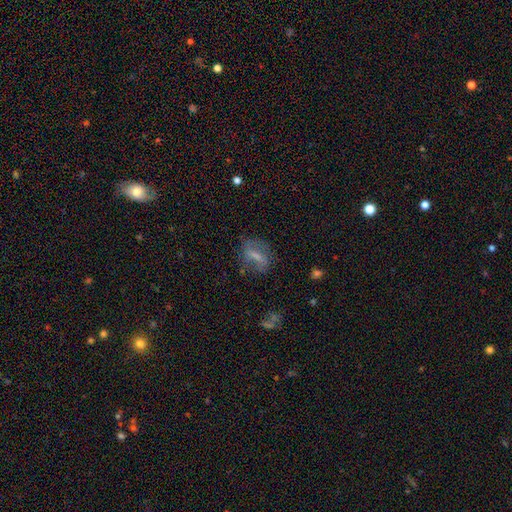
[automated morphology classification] Q: Smooth or featured?
A: featured or disk (45%); runner-up: smooth (44%)
Q: Merging?
A: none (64%); runner-up: minor disturbance (20%)